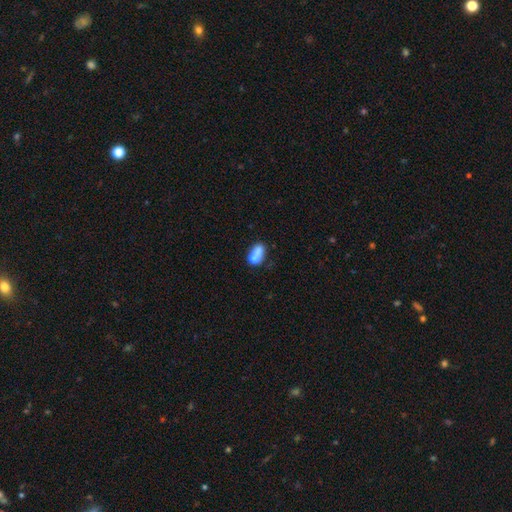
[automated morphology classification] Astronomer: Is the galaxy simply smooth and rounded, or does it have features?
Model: smooth — 68%.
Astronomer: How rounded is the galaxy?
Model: in between — 67%.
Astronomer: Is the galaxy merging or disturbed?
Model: merger — 59%.